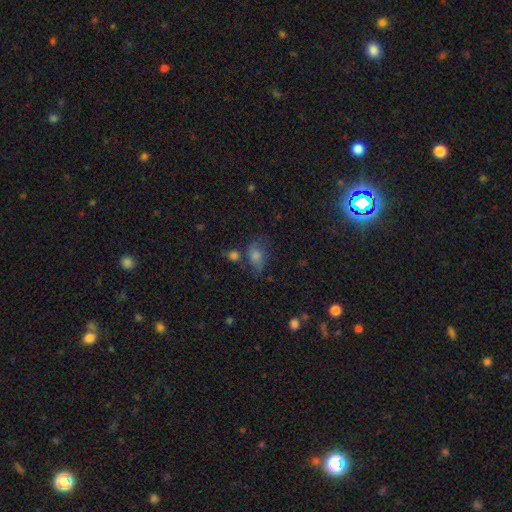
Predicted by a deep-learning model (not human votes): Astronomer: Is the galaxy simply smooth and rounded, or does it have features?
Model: smooth — 56%.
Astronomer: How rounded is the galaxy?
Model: in between — 72%.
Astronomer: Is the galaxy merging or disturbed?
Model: none — 52%.